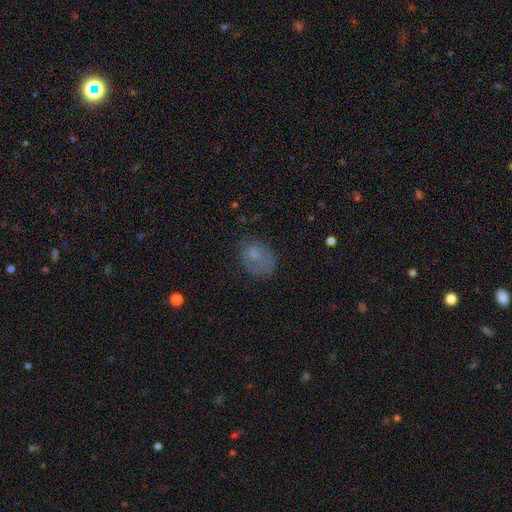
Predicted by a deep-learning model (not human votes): Overall: smooth (64%). How rounded: in between (56%; round 43%). Merging: none (48%; minor disturbance 27%).